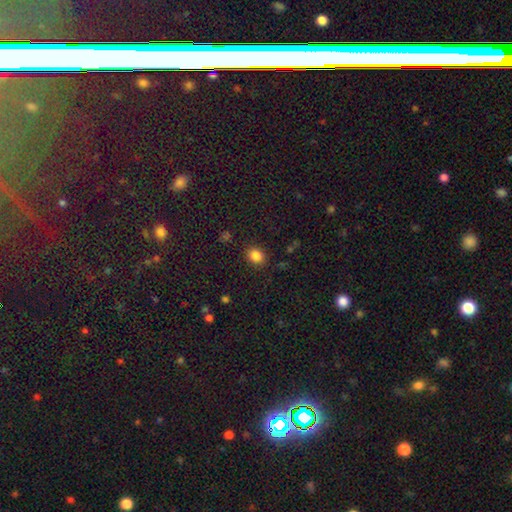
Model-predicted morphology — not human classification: Smooth or featured: smooth — 84% (star or artifact — 12%)
How rounded: round — 62% (in between — 37%)
Merging: none — 87% (minor disturbance — 9%)